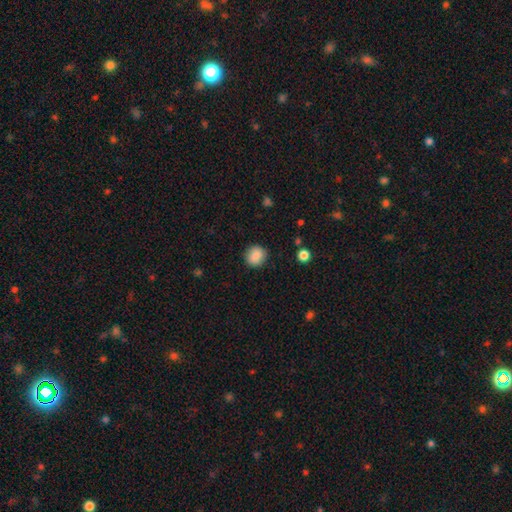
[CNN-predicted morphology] smooth-or-featured: smooth: 87% | star or artifact: 8% | featured or disk: 5%
  how-rounded: round: 86% | in between: 13% | cigar-shaped: 1%
  merging: none: 89% | minor disturbance: 7% | major disturbance: 2% | merger: 1%